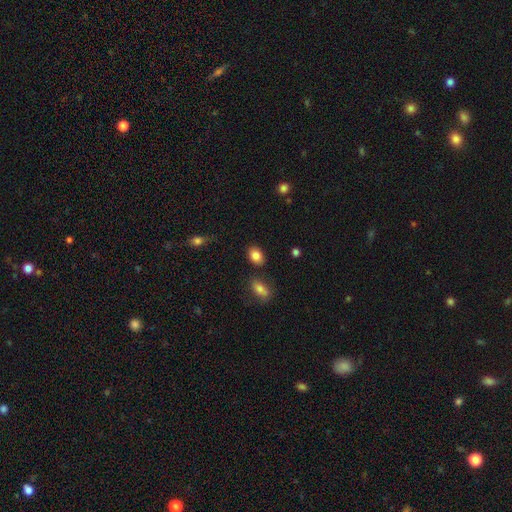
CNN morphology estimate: Overall: smooth (85%). How rounded: in between (78%). Merging: none (82%).